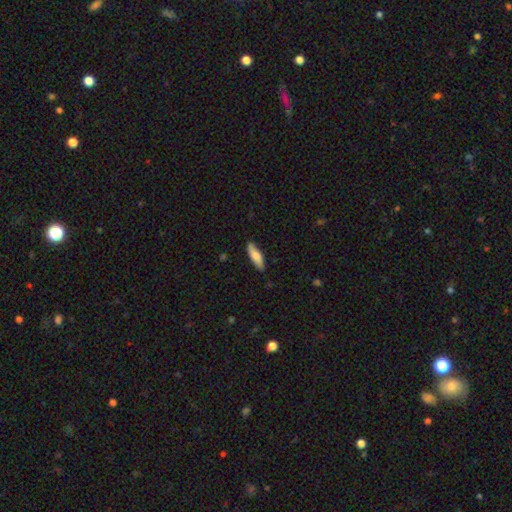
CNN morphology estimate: type=smooth (75%); roundness=cigar-shaped (53%); merging=none (82%).